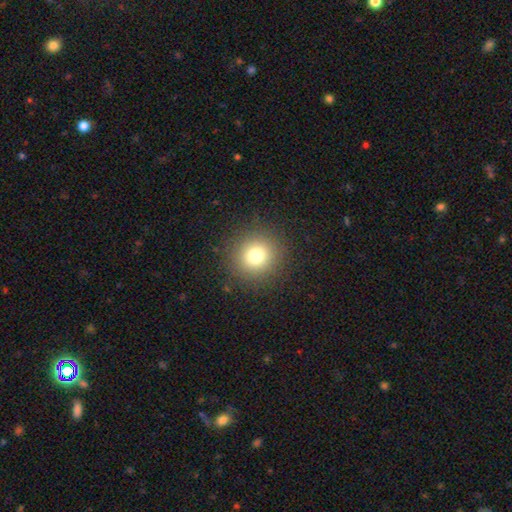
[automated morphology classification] type=smooth (76%); roundness=round (93%); merging=none (89%).